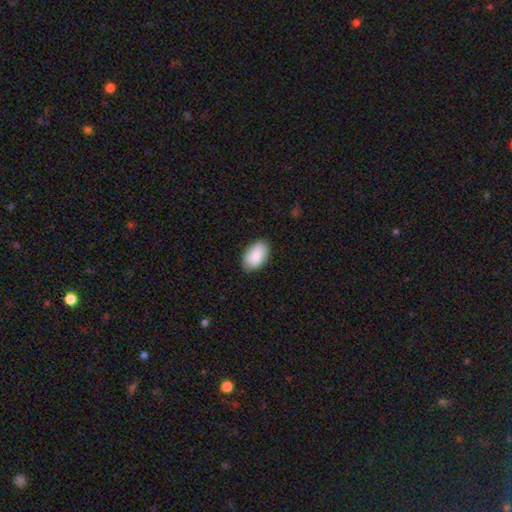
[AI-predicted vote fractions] This appears to be a smooth galaxy with no disk features (88%) that is in between round and cigar-shaped (94%). Merging: none (85%).